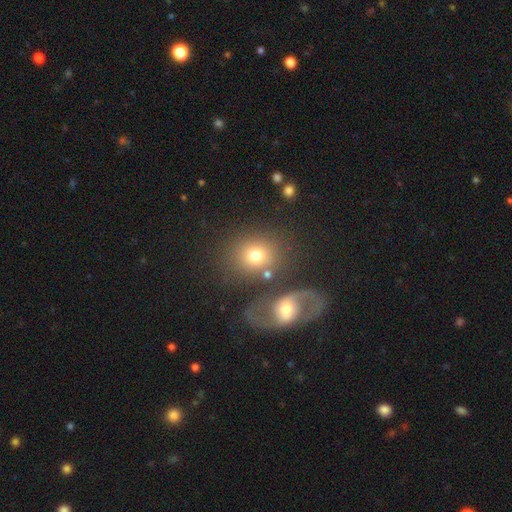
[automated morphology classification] Overall: smooth (69%). How rounded: round (60%; in between 38%). Merging: none (54%; merger 26%).